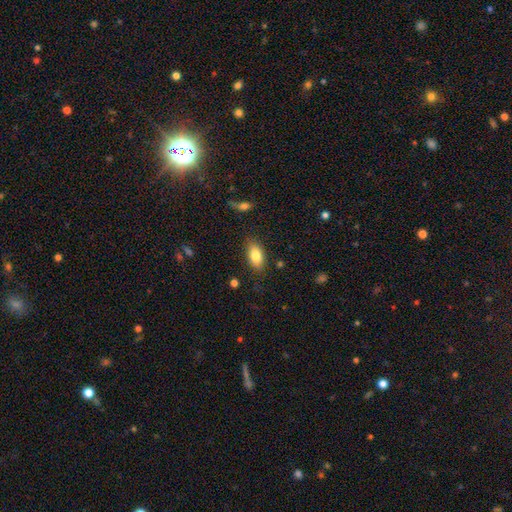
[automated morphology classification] A smooth galaxy with no disk features (81%) that is in between round and cigar-shaped (90%).

Vote fractions:
- Smooth or featured? smooth: 81% / featured or disk: 11% / star or artifact: 7%
- How rounded? in between: 90% / cigar-shaped: 6% / round: 5%
- Merging? none: 83% / minor disturbance: 12% / major disturbance: 3% / merger: 2%